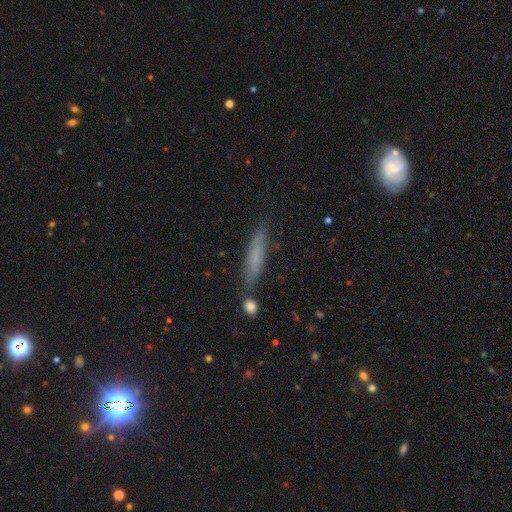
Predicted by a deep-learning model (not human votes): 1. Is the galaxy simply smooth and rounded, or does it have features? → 66% smooth, 25% featured or disk, 9% star or artifact.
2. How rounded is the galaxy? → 90% cigar-shaped, 8% in between, 2% round.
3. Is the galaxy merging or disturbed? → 79% none, 13% minor disturbance, 5% merger, 3% major disturbance.